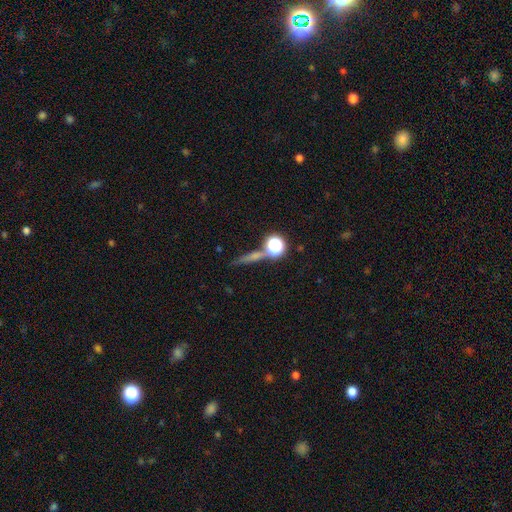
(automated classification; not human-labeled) smooth-or-featured: star or artifact: 38% | smooth: 37% | featured or disk: 25%